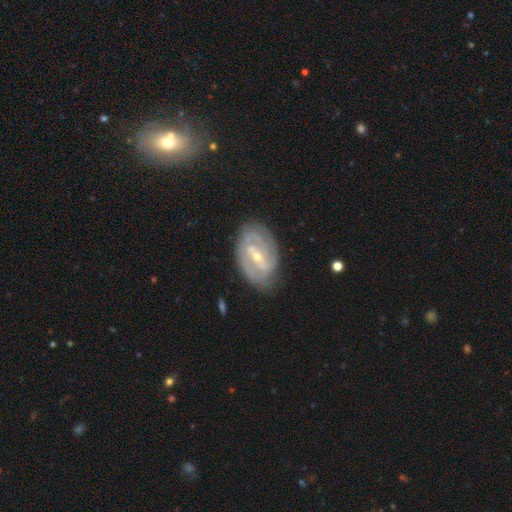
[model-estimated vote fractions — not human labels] Smooth or featured? Predicted: featured or disk (p=0.78). Edge-on disk? Predicted: no (p=0.94). Bar? Predicted: strong (p=0.44). Spiral arms? Predicted: yes (p=0.83). Spiral winding? Predicted: tight (p=0.53). Spiral arm count? Predicted: 2 (p=0.58). Bulge size? Predicted: small (p=0.56). Merging? Predicted: none (p=0.79).